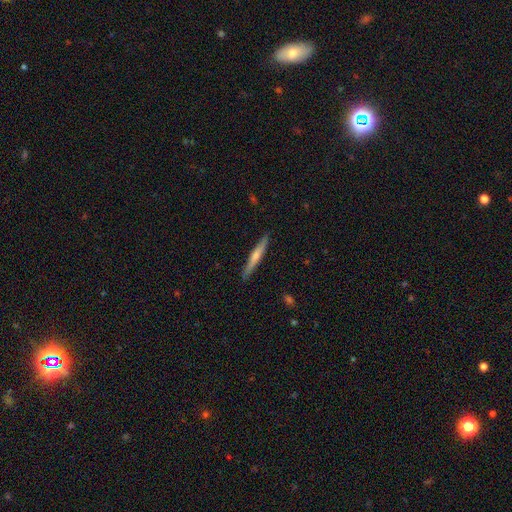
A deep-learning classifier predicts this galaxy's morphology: Smooth or featured? featured or disk (59%)
Edge-on disk? yes (97%)
Edge-on bulge? rounded (72%)
Merging? none (91%)